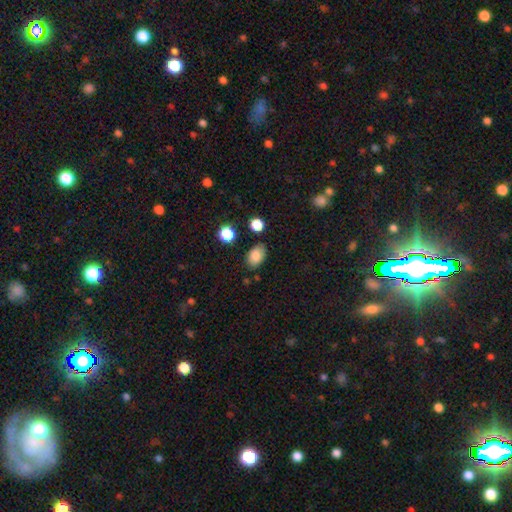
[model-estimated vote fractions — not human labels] Smooth or featured?
  - smooth: 85% *
  - star or artifact: 9%
  - featured or disk: 6%
How rounded?
  - in between: 86% *
  - round: 13%
  - cigar-shaped: 1%
Merging?
  - none: 79% *
  - minor disturbance: 13%
  - merger: 4%
  - major disturbance: 3%